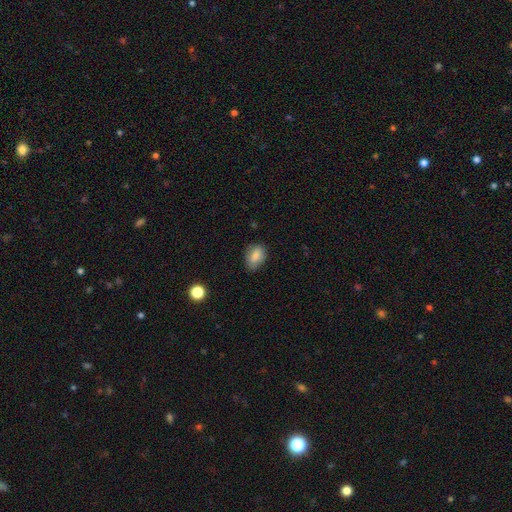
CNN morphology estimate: type=smooth (82%); roundness=in between (83%); merging=none (69%).